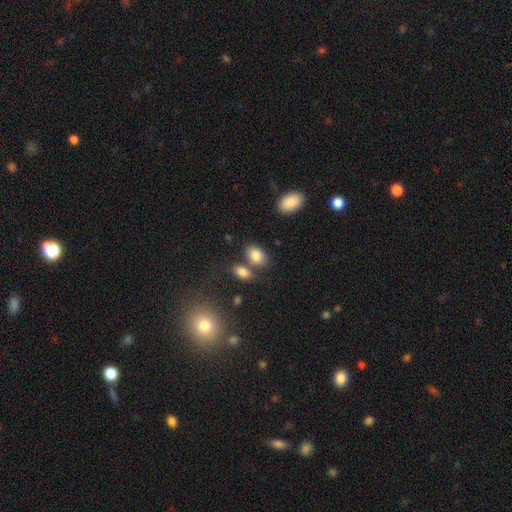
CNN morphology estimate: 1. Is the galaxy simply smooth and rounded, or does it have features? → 83% smooth, 9% star or artifact, 8% featured or disk.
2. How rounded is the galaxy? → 85% in between, 14% round, 1% cigar-shaped.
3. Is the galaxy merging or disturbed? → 59% none, 23% merger, 13% minor disturbance, 4% major disturbance.